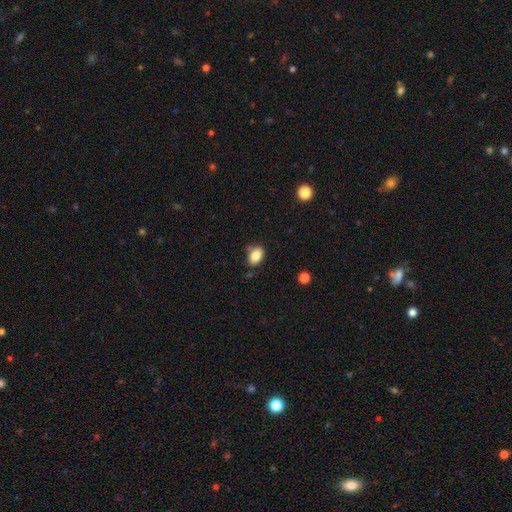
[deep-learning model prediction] Smooth or featured?
  - smooth: 85% *
  - star or artifact: 9%
  - featured or disk: 6%
How rounded?
  - in between: 84% *
  - round: 15%
  - cigar-shaped: 1%
Merging?
  - none: 75% *
  - minor disturbance: 17%
  - merger: 5%
  - major disturbance: 3%